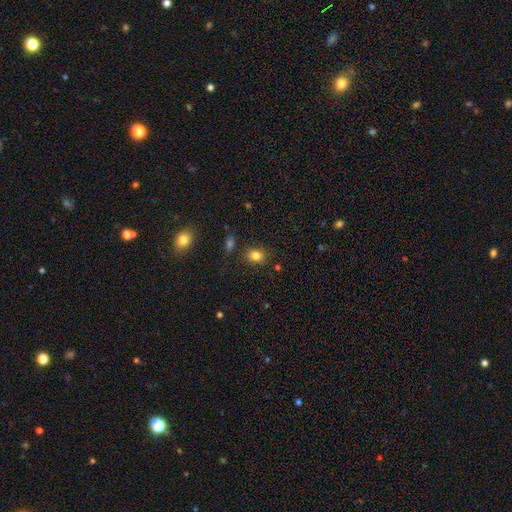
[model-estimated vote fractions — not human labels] Smooth or featured: smooth — 81% (star or artifact — 12%)
How rounded: in between — 57% (round — 42%)
Merging: none — 80% (minor disturbance — 13%)